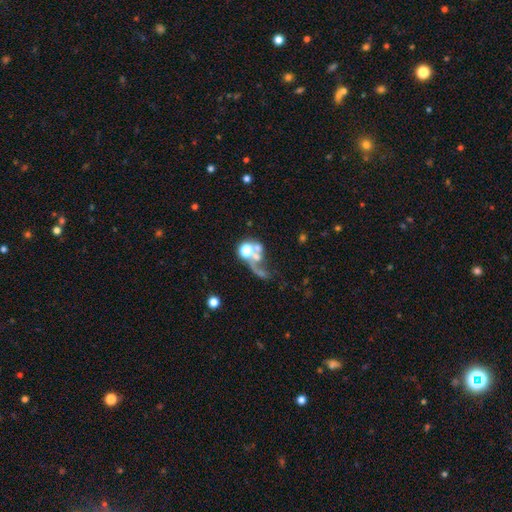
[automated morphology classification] Q: Smooth or featured?
A: featured or disk (40%); runner-up: smooth (36%)
Q: Merging?
A: merger (41%); runner-up: major disturbance (29%)